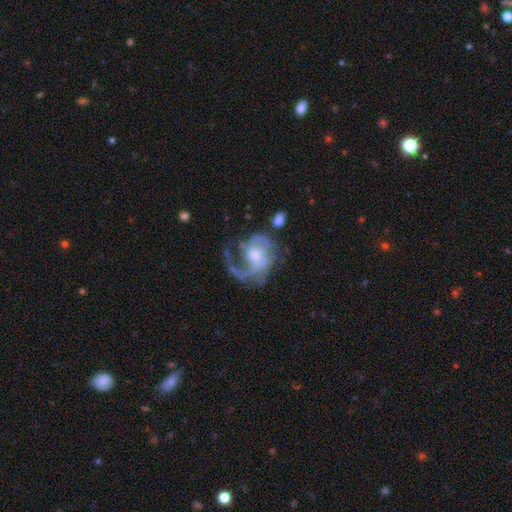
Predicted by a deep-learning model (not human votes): featured or disk 84%, smooth 10%, star or artifact 6%. Down the decision tree: edge-on disk — no (98%); bar — no (62%); spiral arms — yes (92%); spiral arm count — 1 (46%); spiral winding — medium (46%); bulge size — moderate (56%); merging — none (43%).